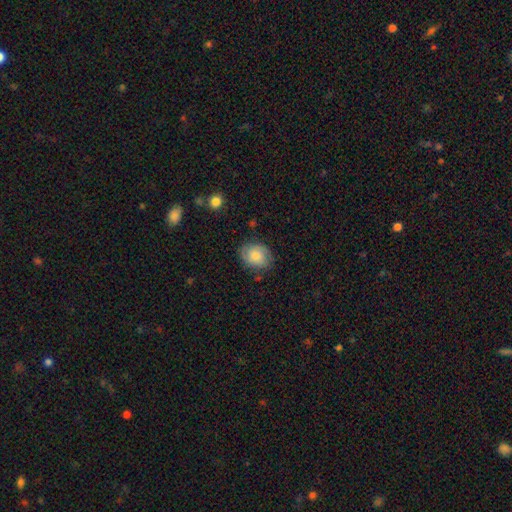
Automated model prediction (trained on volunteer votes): Smooth or featured: smooth — 66% (featured or disk — 26%)
How rounded: round — 50% (in between — 49%)
Merging: none — 74% (minor disturbance — 19%)